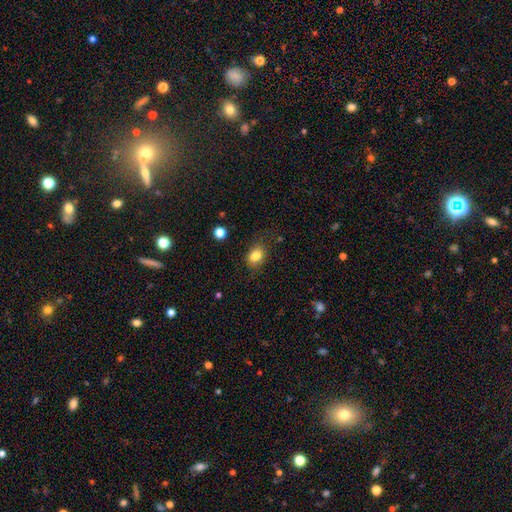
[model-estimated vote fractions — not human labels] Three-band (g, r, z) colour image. It shows a smooth galaxy with no disk features (82%) that is in between round and cigar-shaped (64%). Merging: none (78%).